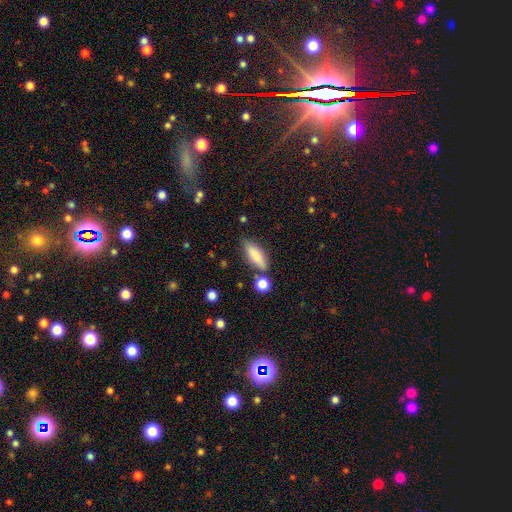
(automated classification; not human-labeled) This appears to be a smooth galaxy with no disk features (81%) that is in between round and cigar-shaped (59%). Merging: none (67%).